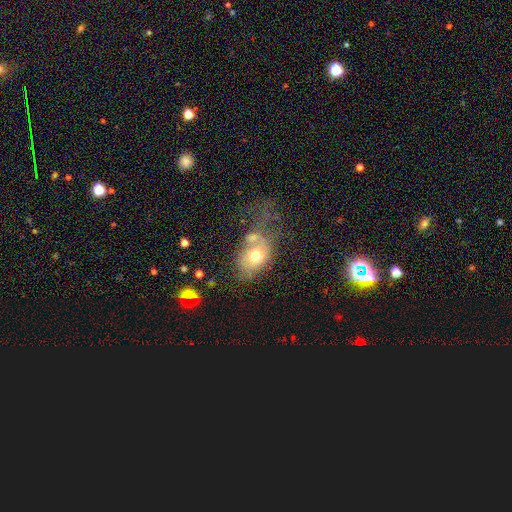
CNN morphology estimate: smooth-or-featured: smooth: 60% | featured or disk: 30% | star or artifact: 9%
  how-rounded: in between: 72% | round: 26% | cigar-shaped: 1%
  merging: merger: 30% | major disturbance: 28% | none: 24% | minor disturbance: 18%